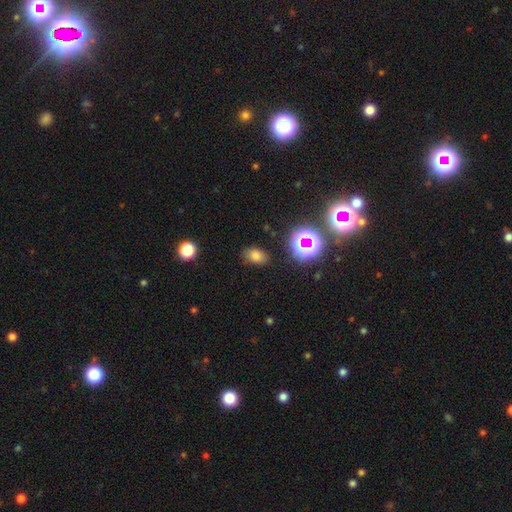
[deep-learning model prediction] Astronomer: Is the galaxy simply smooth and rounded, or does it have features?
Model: smooth — 73%.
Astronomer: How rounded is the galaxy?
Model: in between — 81%.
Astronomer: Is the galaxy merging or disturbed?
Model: none — 83%.